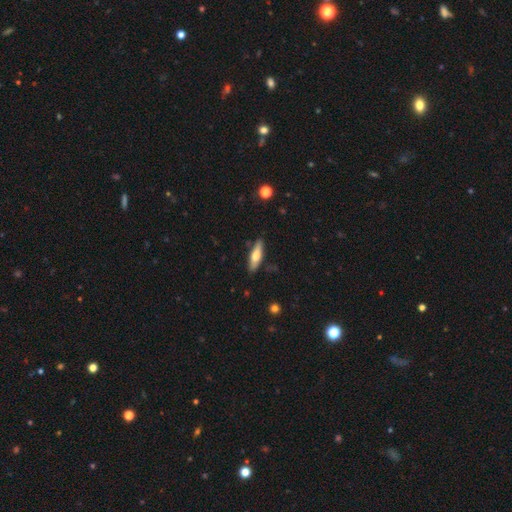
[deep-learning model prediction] Smooth or featured: smooth — 57% (featured or disk — 37%)
How rounded: cigar-shaped — 64% (in between — 34%)
Merging: none — 84% (minor disturbance — 12%)